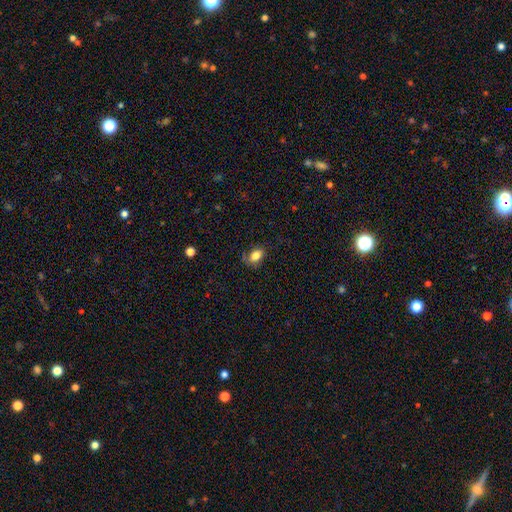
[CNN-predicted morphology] Smooth or featured? Predicted: smooth (p=0.81). How rounded? Predicted: in between (p=0.79). Merging? Predicted: none (p=0.68).